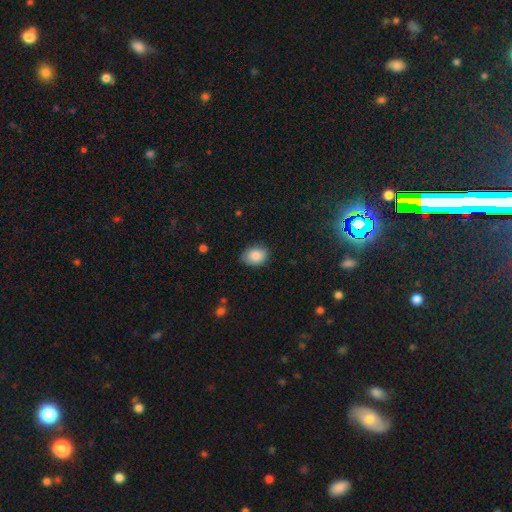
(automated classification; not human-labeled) This is clearly a smooth galaxy (87%). How rounded: likely in between (71%). Merging: likely none (78%).